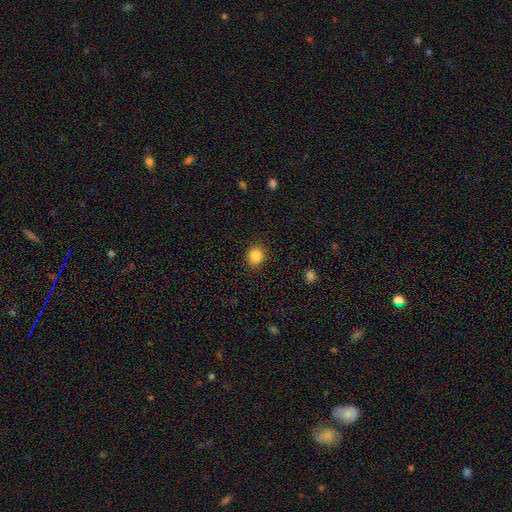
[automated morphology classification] Smooth or featured? smooth (86%)
How rounded? round (80%)
Merging? none (88%)